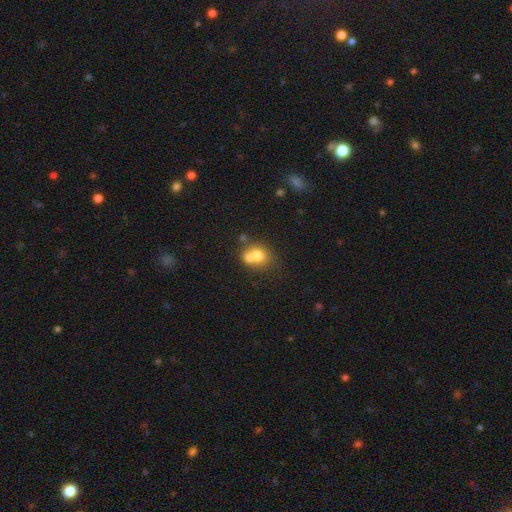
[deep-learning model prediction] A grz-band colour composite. It shows a smooth galaxy with no disk features (70%) that is round (59%). Merging: merger (55%).